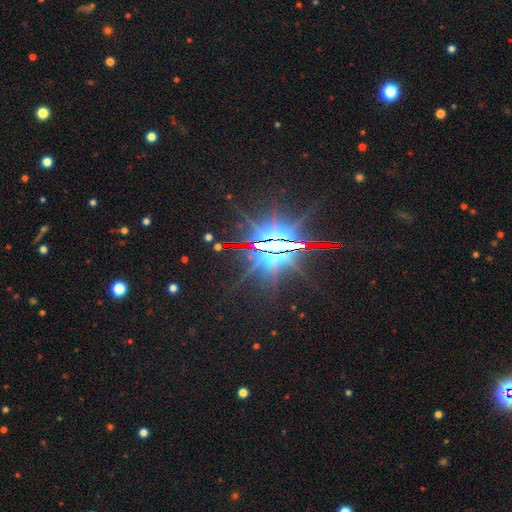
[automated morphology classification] Overall: star or artifact (83%).